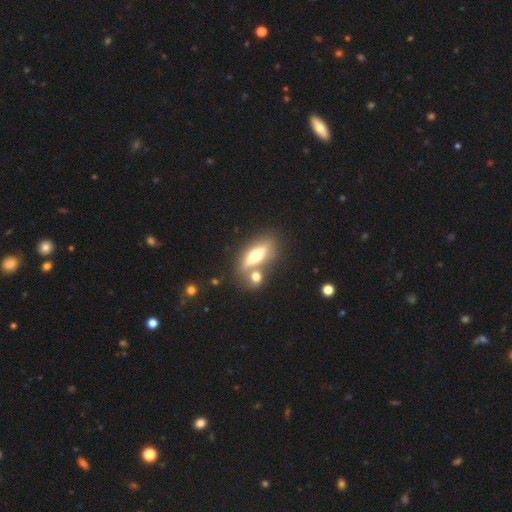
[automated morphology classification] smooth 50%, featured or disk 42%, star or artifact 8%. Down the decision tree: merging — none (54%).